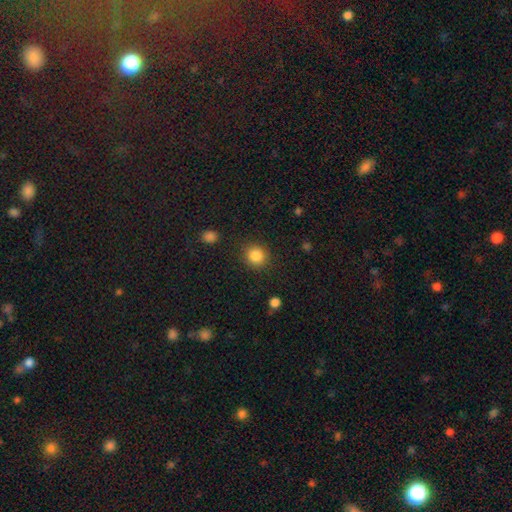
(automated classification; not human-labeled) Smooth or featured: smooth — 86% (star or artifact — 10%)
How rounded: round — 86% (in between — 13%)
Merging: none — 87% (minor disturbance — 8%)